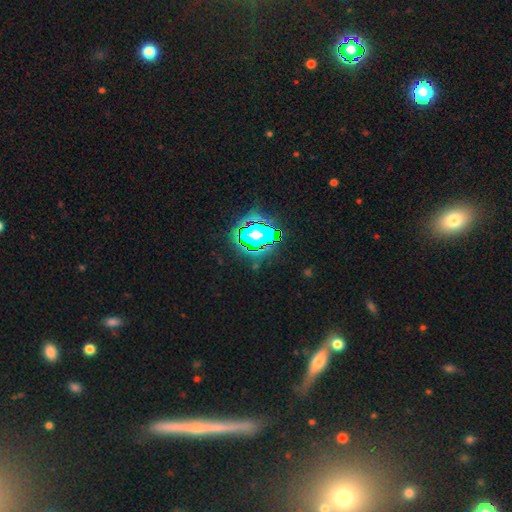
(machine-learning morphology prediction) A star or artifact, not a galaxy (65%).